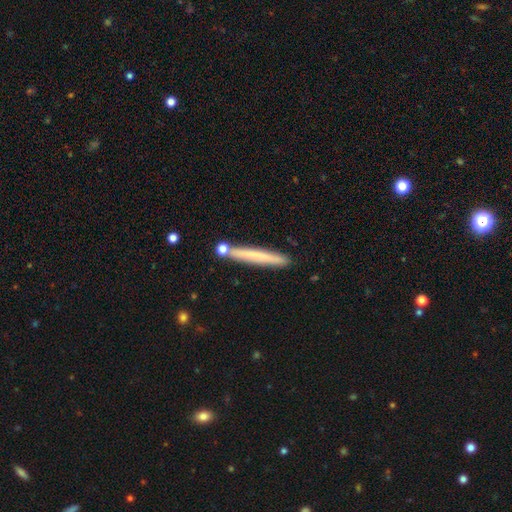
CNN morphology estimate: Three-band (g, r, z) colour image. It shows a smooth galaxy with no disk features (64%) that is cigar-shaped (97%). Merging: none (84%).